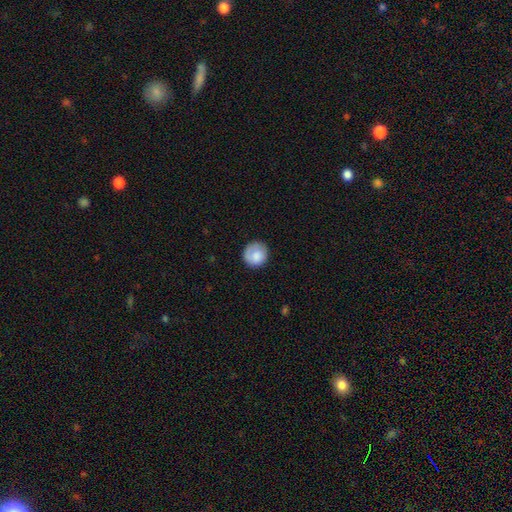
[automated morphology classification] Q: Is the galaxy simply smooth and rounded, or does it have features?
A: smooth — 79%.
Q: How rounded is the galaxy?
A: round — 89%.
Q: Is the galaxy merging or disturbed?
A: none — 76%.